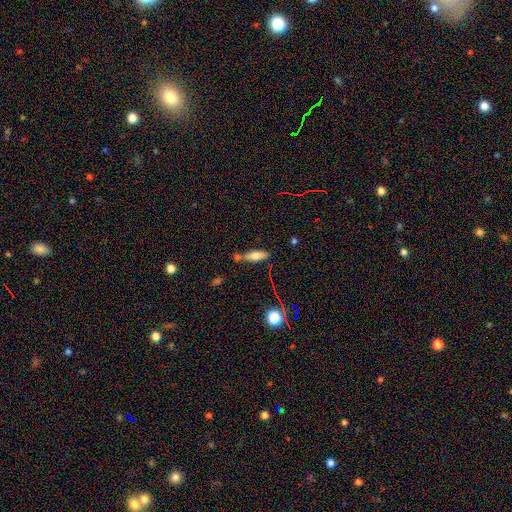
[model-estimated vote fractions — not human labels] smooth 67%, featured or disk 22%, star or artifact 11%. Down the decision tree: how rounded — in between (53%); merging — none (60%).